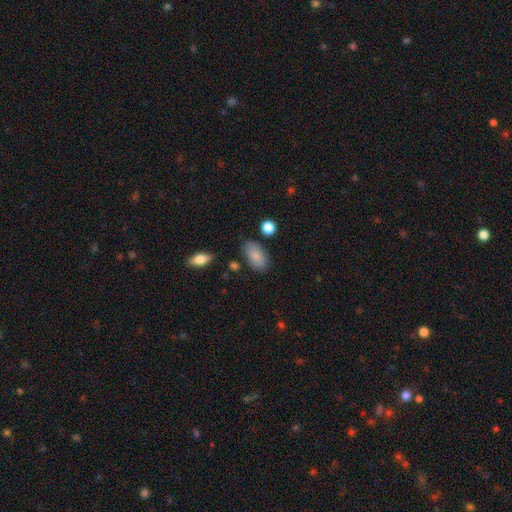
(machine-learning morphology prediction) This appears to be a smooth galaxy with no disk features (85%) that is in between round and cigar-shaped (93%). Merging: none (78%).